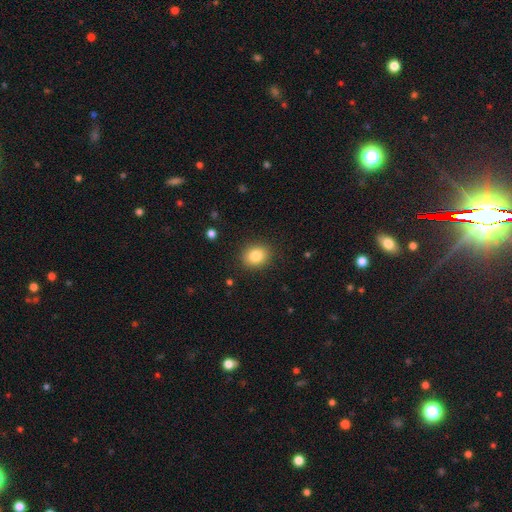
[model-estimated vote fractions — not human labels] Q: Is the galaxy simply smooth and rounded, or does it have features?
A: smooth — 83%.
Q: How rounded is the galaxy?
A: round — 59%.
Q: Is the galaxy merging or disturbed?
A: none — 88%.